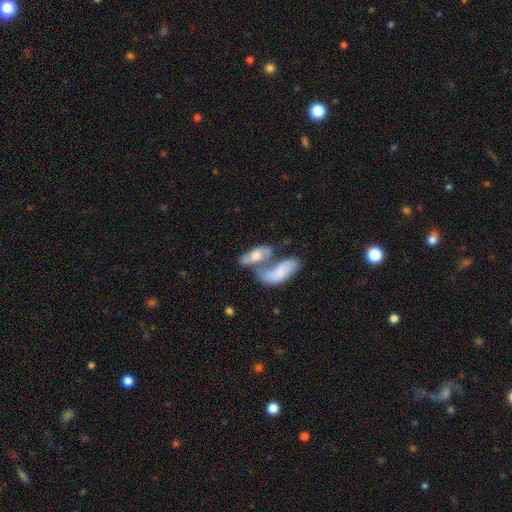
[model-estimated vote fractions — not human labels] Smooth or featured: smooth — 55% (featured or disk — 37%)
How rounded: in between — 77% (cigar-shaped — 19%)
Merging: merger — 59% (none — 23%)